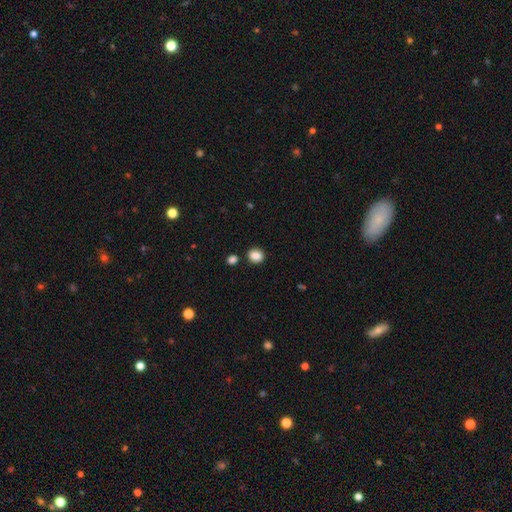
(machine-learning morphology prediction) This is clearly a smooth galaxy (87%). How rounded: likely round (65%). Merging: clearly none (82%).